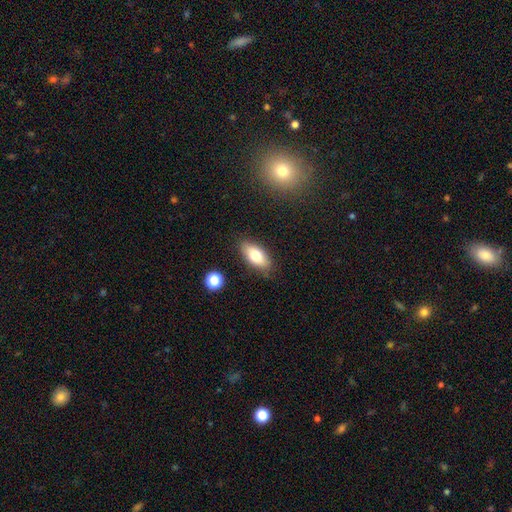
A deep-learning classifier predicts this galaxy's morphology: type=smooth (75%); roundness=in between (87%); merging=none (84%).